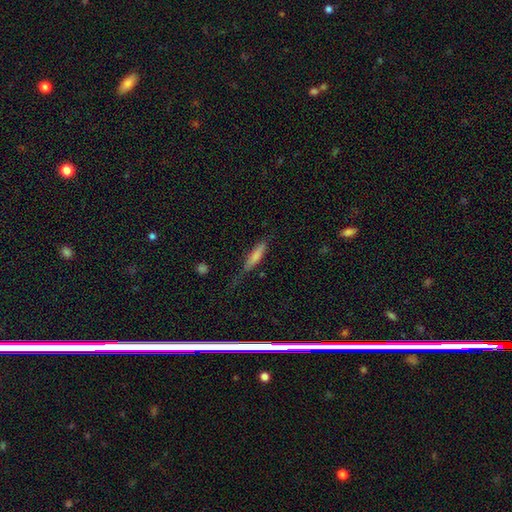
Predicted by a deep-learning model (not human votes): Smooth or featured?
  - smooth: 74% *
  - featured or disk: 19%
  - star or artifact: 7%
How rounded?
  - cigar-shaped: 78% *
  - in between: 20%
  - round: 2%
Merging?
  - none: 52% *
  - minor disturbance: 31%
  - major disturbance: 14%
  - merger: 3%